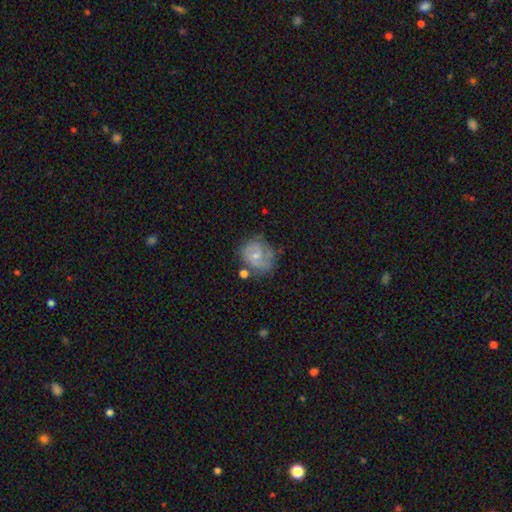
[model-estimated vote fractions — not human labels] Morphology: type=featured or disk (71%); edge-on=no (98%); bar=no (59%); spiral arms=yes (87%); winding=tight (44%); arm count=2 (62%); bulge=small (60%); merging=none (56%).